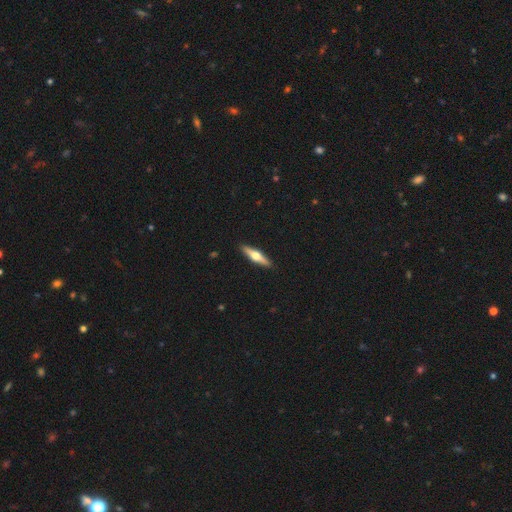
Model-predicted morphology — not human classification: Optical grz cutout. It shows a featured or disk galaxy (61%) viewed edge-on (96%) with a rounded central bulge (95%). Merging: none (92%).